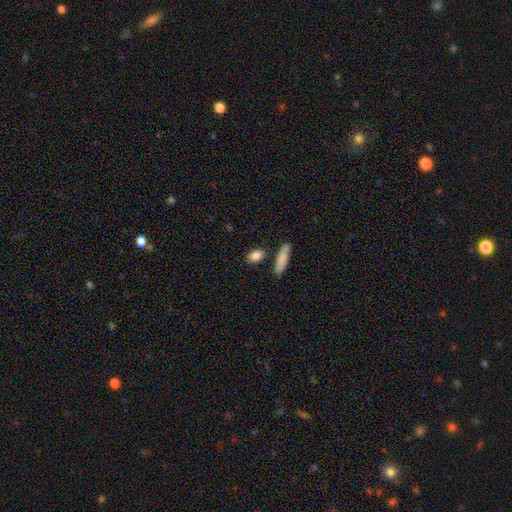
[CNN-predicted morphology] The model was most divided on "how rounded": in between: 64%, round: 24%, cigar-shaped: 12%. More confident: smooth or featured — smooth (86%); merging — none (81%).